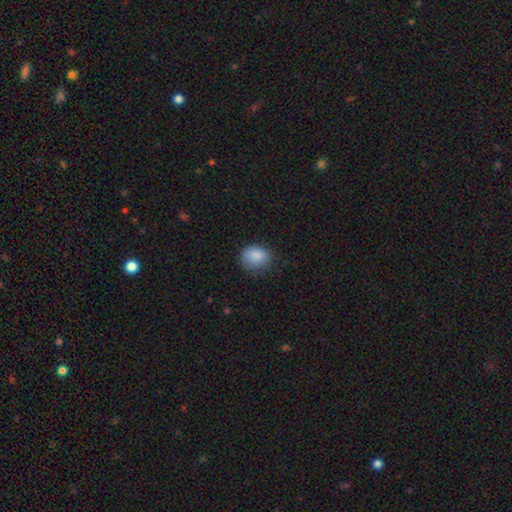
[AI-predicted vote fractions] Smooth or featured?
  - smooth: 86% *
  - star or artifact: 9%
  - featured or disk: 5%
How rounded?
  - round: 55% *
  - in between: 44%
  - cigar-shaped: 1%
Merging?
  - none: 70% *
  - minor disturbance: 23%
  - major disturbance: 6%
  - merger: 1%